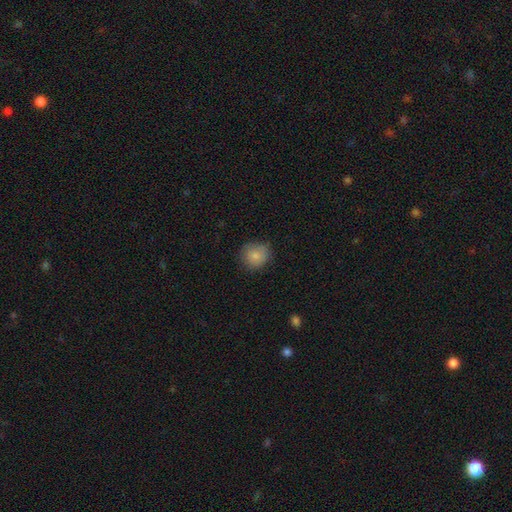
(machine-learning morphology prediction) This appears to be a smooth galaxy with no disk features (84%) that is round (86%). Merging: none (77%).